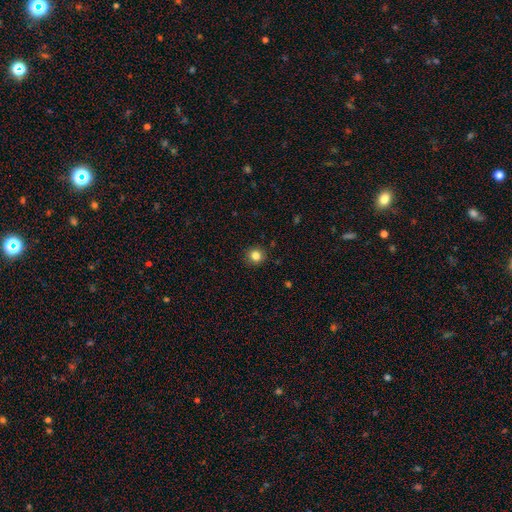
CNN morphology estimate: This appears to be a smooth galaxy with no disk features (84%) that is round (91%). Merging: none (91%).